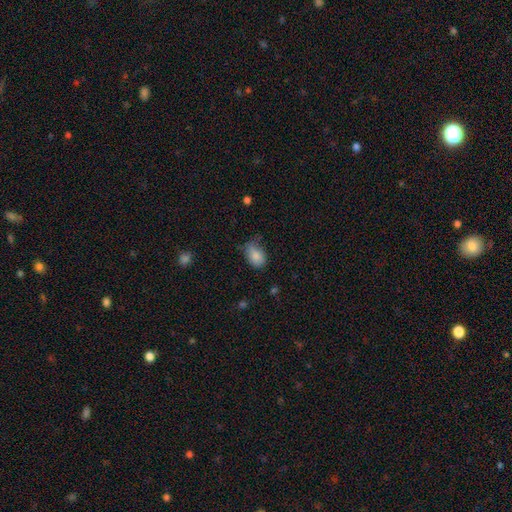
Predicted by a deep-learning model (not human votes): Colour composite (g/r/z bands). It shows a smooth galaxy with no disk features (83%) that is in between round and cigar-shaped (83%). Merging: none (49%).